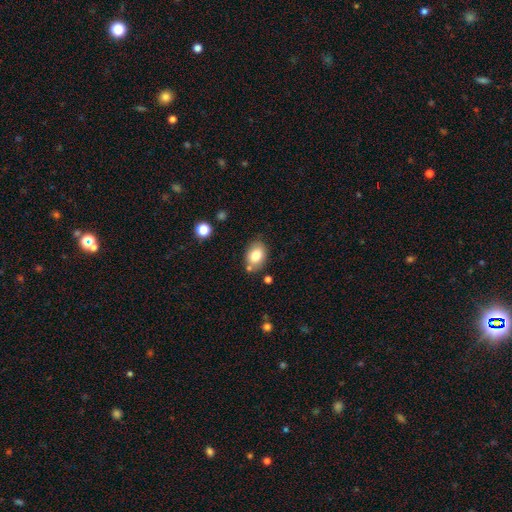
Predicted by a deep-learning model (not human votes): Smooth or featured: smooth — 82% (featured or disk — 10%)
How rounded: in between — 77% (round — 22%)
Merging: none — 73% (minor disturbance — 16%)